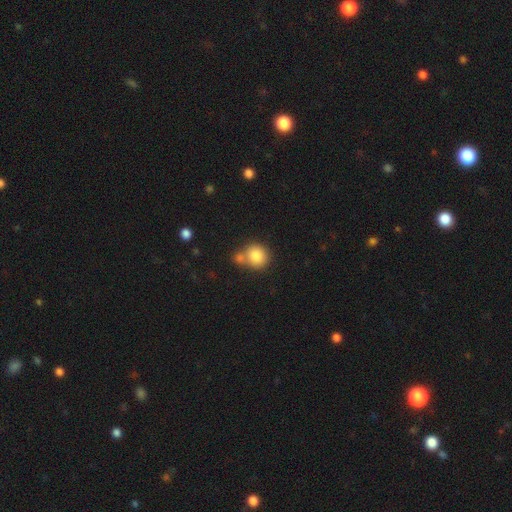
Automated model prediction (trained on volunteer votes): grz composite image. It shows a smooth galaxy with no disk features (83%) that is round (86%). Merging: none (51%).